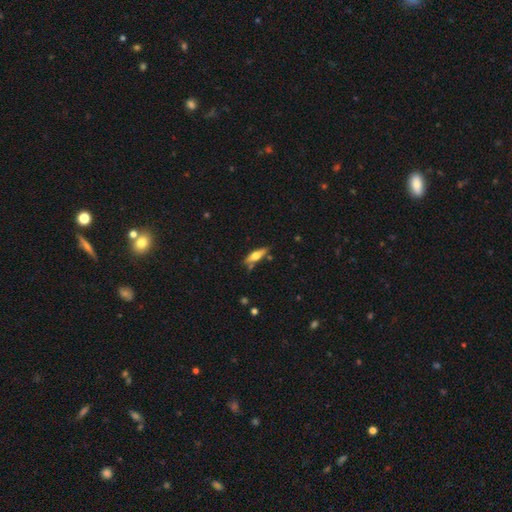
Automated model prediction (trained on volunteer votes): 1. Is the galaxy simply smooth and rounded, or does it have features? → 54% featured or disk, 40% smooth, 6% star or artifact.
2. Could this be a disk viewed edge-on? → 92% yes, 8% no.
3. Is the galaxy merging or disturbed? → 75% none, 15% minor disturbance, 6% merger, 4% major disturbance.